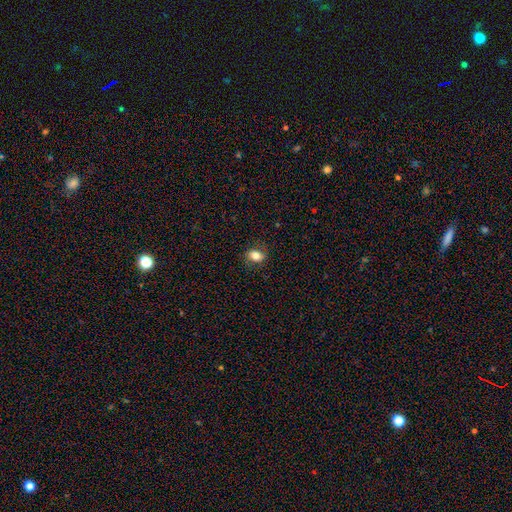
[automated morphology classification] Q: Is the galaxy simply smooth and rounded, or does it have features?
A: smooth — 81%.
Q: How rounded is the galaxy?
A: in between — 67%.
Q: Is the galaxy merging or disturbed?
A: none — 83%.